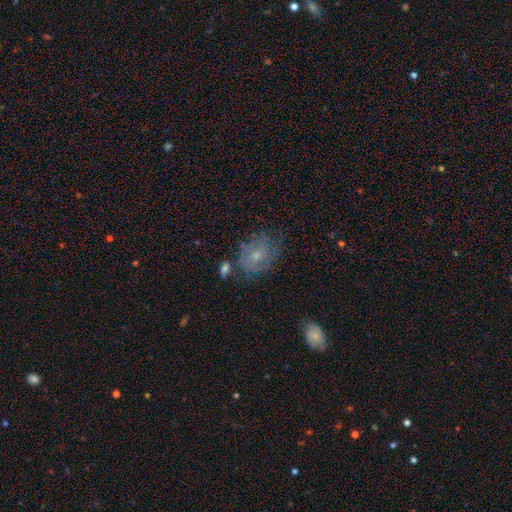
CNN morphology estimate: Smooth or featured: featured or disk — 57% (smooth — 31%)
Edge-on disk: no — 96% (yes — 4%)
Bar: no — 75% (weak — 22%)
Spiral arms: yes — 78% (no — 22%)
Bulge size: small — 57% (moderate — 38%)
Merging: none — 62% (minor disturbance — 23%)